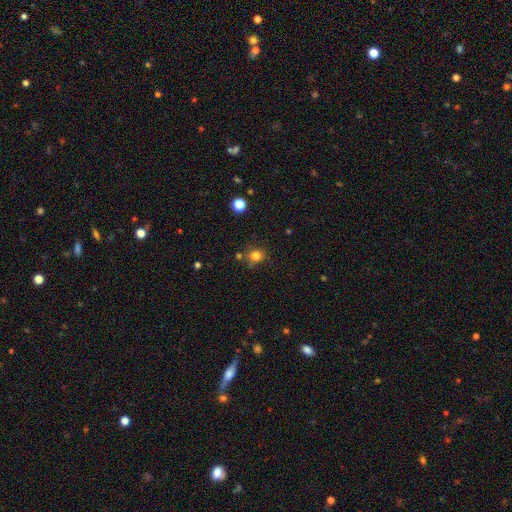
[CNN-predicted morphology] Q: Smooth or featured?
A: smooth (80%); runner-up: star or artifact (14%)
Q: How rounded?
A: round (80%); runner-up: in between (19%)
Q: Merging?
A: none (74%); runner-up: minor disturbance (14%)